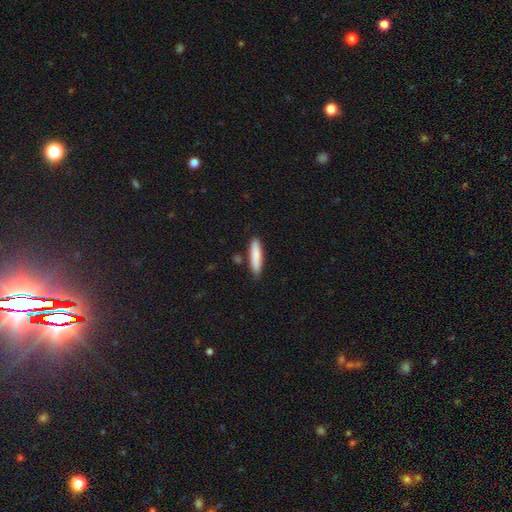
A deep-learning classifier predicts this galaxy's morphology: Smooth or featured? smooth (83%)
How rounded? cigar-shaped (83%)
Merging? none (83%)